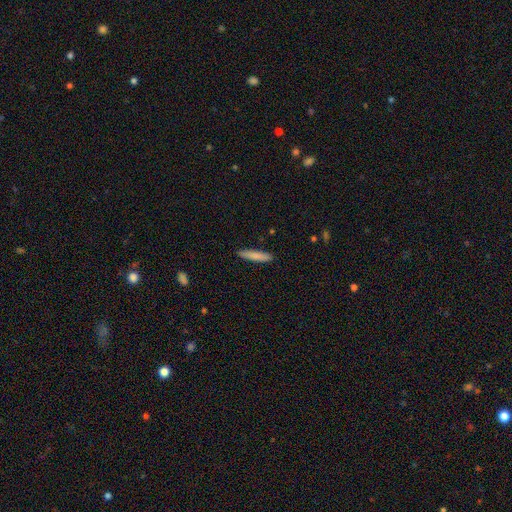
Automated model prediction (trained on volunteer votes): Morphology: type=smooth (82%); roundness=cigar-shaped (89%); merging=none (89%).